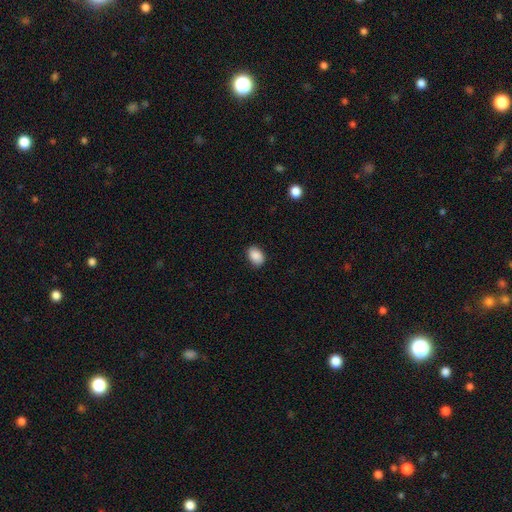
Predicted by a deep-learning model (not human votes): Smooth or featured?
  - smooth: 89% *
  - star or artifact: 7%
  - featured or disk: 4%
How rounded?
  - in between: 79% *
  - round: 20%
  - cigar-shaped: 1%
Merging?
  - none: 85% *
  - minor disturbance: 11%
  - major disturbance: 2%
  - merger: 1%